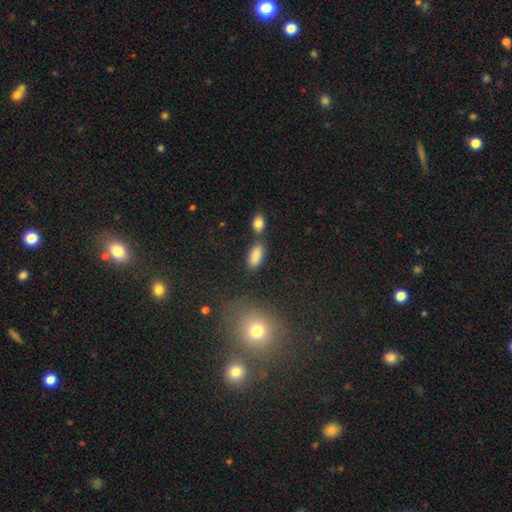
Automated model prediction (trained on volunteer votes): The model was most divided on "merging": none: 69%, merger: 13%, minor disturbance: 13%, major disturbance: 4%. More confident: how rounded — in between (88%); smooth or featured — smooth (87%).